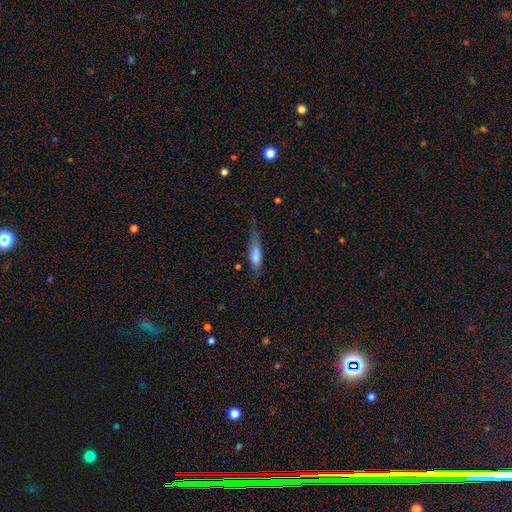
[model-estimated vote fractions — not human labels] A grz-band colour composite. It shows a smooth galaxy with no disk features (67%) that is cigar-shaped (62%). Merging: none (55%).